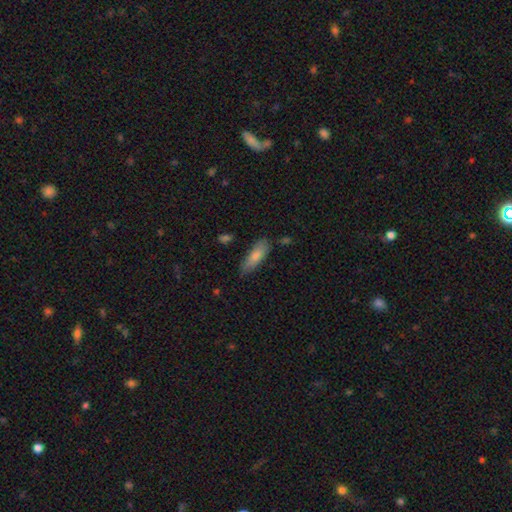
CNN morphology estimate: smooth_or_featured: smooth (p=0.78) [alt: featured or disk p=0.15]
how_rounded: in between (p=0.61) [alt: cigar-shaped p=0.38]
merging: none (p=0.68) [alt: minor disturbance p=0.24]